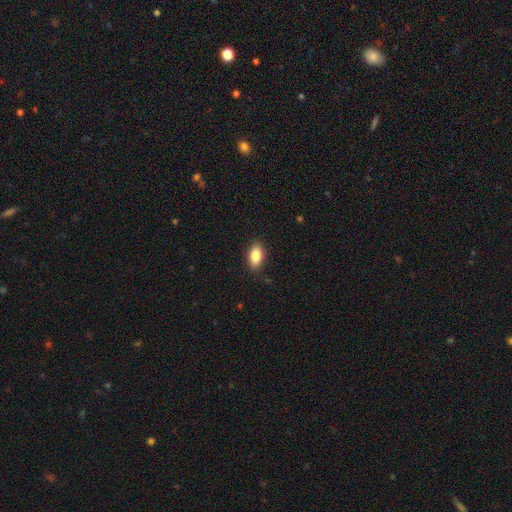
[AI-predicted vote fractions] Smooth or featured? Predicted: smooth (p=0.86). How rounded? Predicted: in between (p=0.91). Merging? Predicted: none (p=0.88).